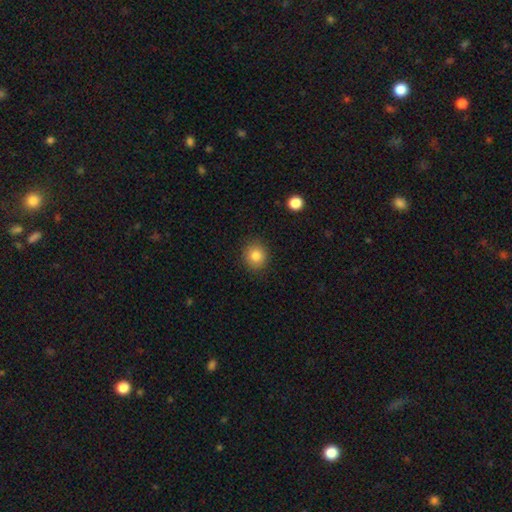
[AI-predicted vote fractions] Overall: smooth (83%). How rounded: round (85%). Merging: none (89%).